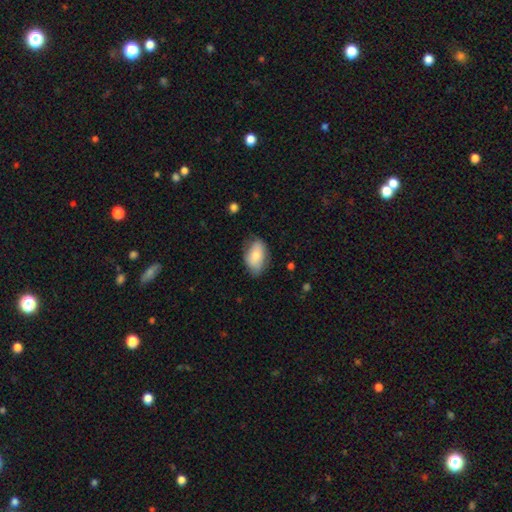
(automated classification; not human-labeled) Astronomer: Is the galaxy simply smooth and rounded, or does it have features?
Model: smooth — 75%.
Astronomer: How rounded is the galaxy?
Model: in between — 91%.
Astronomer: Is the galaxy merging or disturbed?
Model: none — 68%.